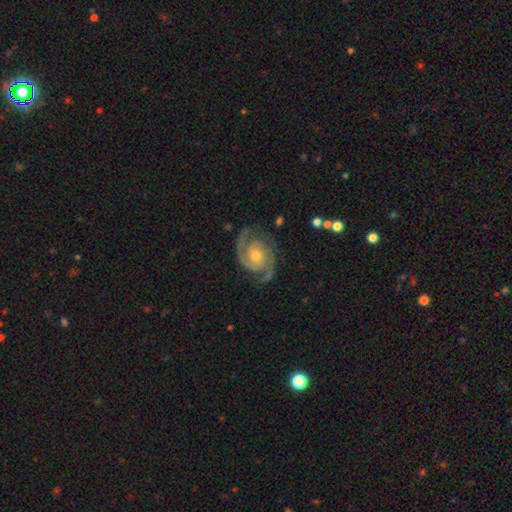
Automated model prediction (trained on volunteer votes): smooth-or-featured: featured or disk: 92% | star or artifact: 4% | smooth: 3%
  disk-edge-on: no: 98% | yes: 2%
    bar: no: 71% | weak: 22% | strong: 7%
    has-spiral-arms: yes: 98% | no: 2%
      spiral-winding: tight: 51% | medium: 42% | loose: 6%
      spiral-arm-count: 2: 90% | 3: 4% | can't tell: 2% | 1: 1% | 4: 1% | more than 4: 1%
    bulge-size: small: 49% | moderate: 47% | large: 2% | none: 1% | dominant: 1%
  merging: none: 80% | minor disturbance: 14% | major disturbance: 5% | merger: 1%